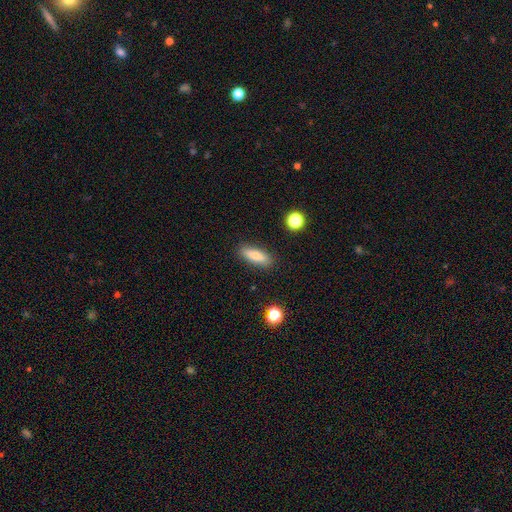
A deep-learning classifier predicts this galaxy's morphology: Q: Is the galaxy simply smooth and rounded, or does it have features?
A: smooth — 82%.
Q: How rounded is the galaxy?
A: in between — 54%.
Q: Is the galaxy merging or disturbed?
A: none — 87%.